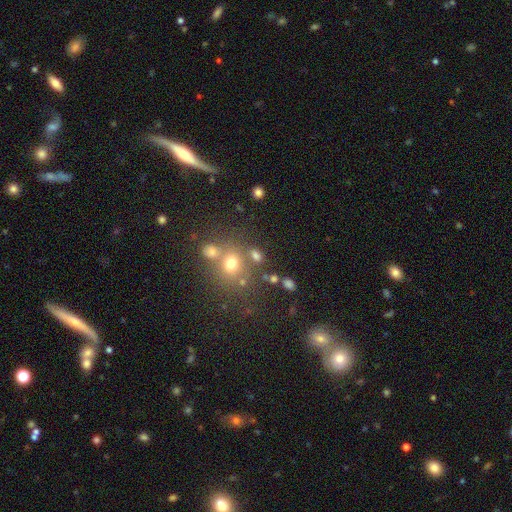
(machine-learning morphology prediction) This is likely a smooth galaxy (69%). How rounded: possibly in between (55%). Merging: possibly none (59%).